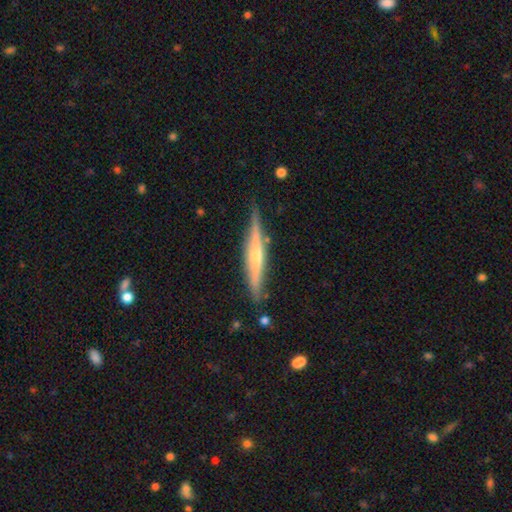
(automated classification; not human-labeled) A featured or disk galaxy (70%) viewed edge-on (97%) with a rounded central bulge (72%).

Vote fractions:
- Smooth or featured? featured or disk: 70% / smooth: 24% / star or artifact: 6%
- Edge-on disk? yes: 97% / no: 3%
- Edge-on bulge? rounded: 72% / none: 20% / boxy: 8%
- Merging? none: 84% / minor disturbance: 12% / merger: 2% / major disturbance: 2%